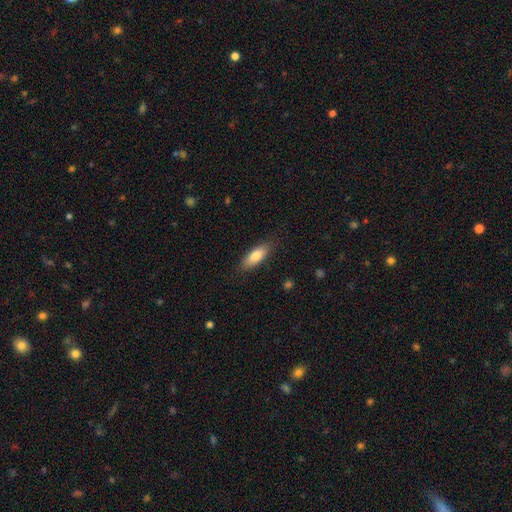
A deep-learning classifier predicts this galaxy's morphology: This appears to be a smooth galaxy with no disk features (80%) that is in between round and cigar-shaped (68%). Merging: none (84%).